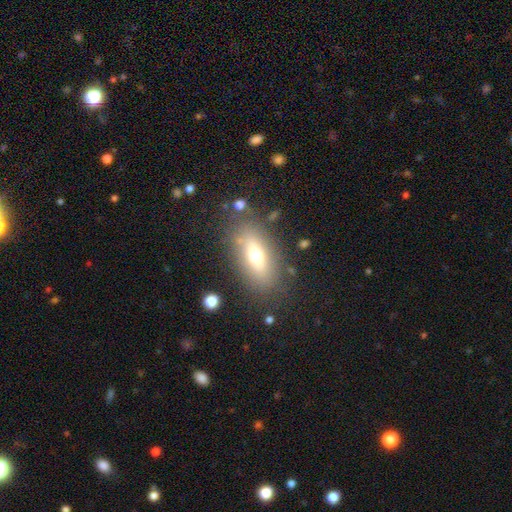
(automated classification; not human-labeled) Smooth or featured?
  - smooth: 59% *
  - featured or disk: 30%
  - star or artifact: 11%
How rounded?
  - in between: 77% *
  - cigar-shaped: 16%
  - round: 7%
Merging?
  - none: 77% *
  - minor disturbance: 13%
  - major disturbance: 6%
  - merger: 3%